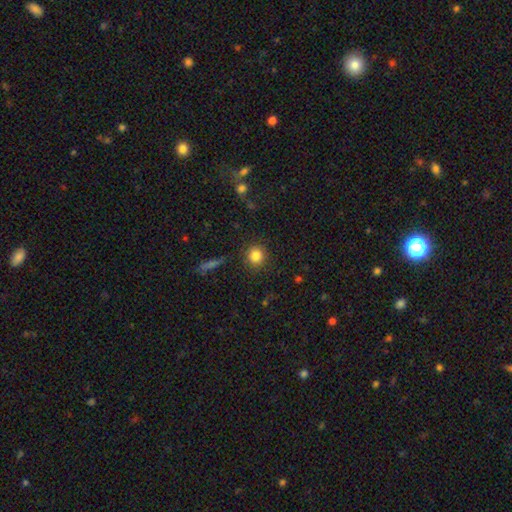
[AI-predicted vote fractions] The model was most divided on "smooth or featured": smooth: 83%, star or artifact: 11%, featured or disk: 6%. More confident: how rounded — round (91%); merging — none (89%).